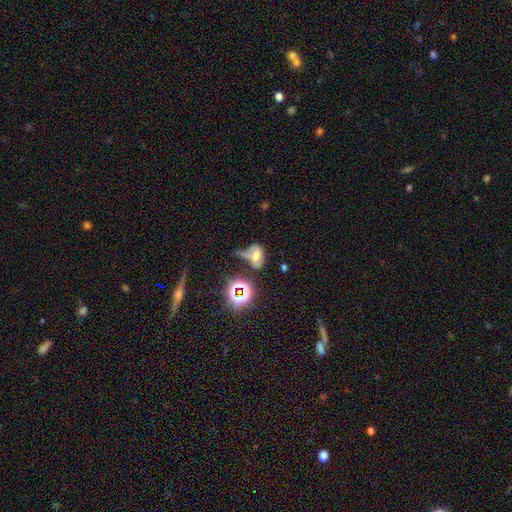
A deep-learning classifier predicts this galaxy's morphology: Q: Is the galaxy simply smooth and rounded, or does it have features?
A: smooth — 45%.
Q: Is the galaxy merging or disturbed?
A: merger — 29%.